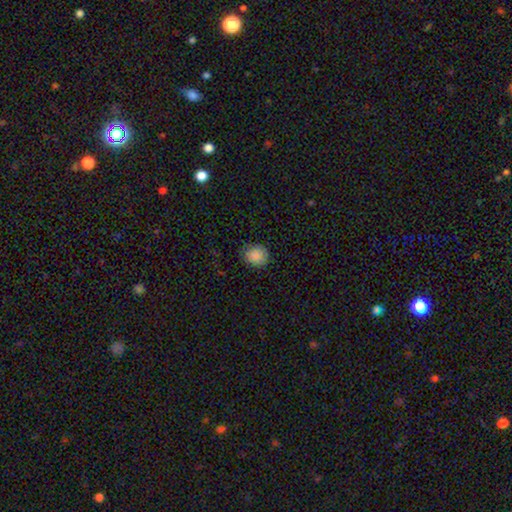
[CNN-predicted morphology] A smooth galaxy with no disk features (88%) that is round (77%). Merging: none (83%).